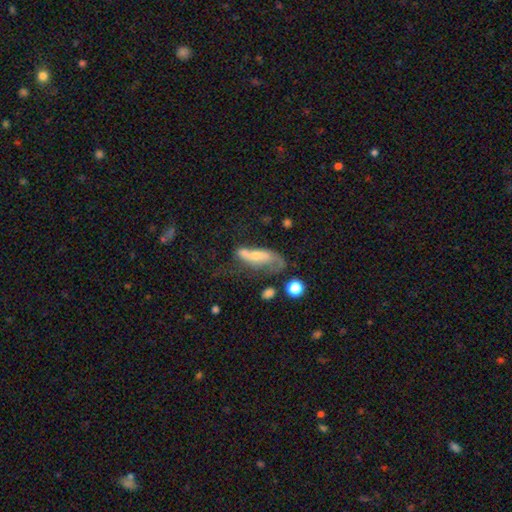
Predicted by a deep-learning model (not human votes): The model was most divided on "smooth or featured": featured or disk: 50%, smooth: 39%, star or artifact: 11%. Remaining: merging — major disturbance (37%).